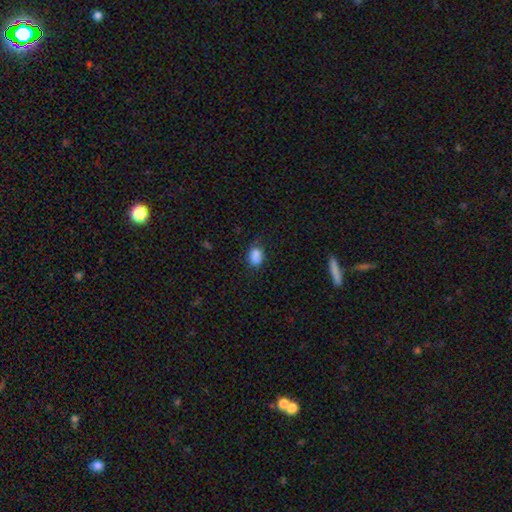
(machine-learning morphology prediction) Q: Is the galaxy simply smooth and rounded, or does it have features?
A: smooth — 83%.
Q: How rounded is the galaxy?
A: in between — 68%.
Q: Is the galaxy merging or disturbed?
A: none — 63%.